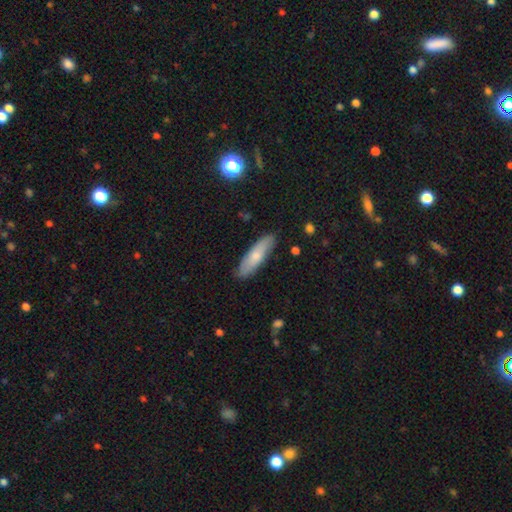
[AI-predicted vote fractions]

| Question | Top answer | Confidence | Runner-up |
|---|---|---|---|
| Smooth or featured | smooth | 68% | featured or disk (26%) |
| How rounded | cigar-shaped | 60% | in between (38%) |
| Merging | none | 85% | minor disturbance (12%) |